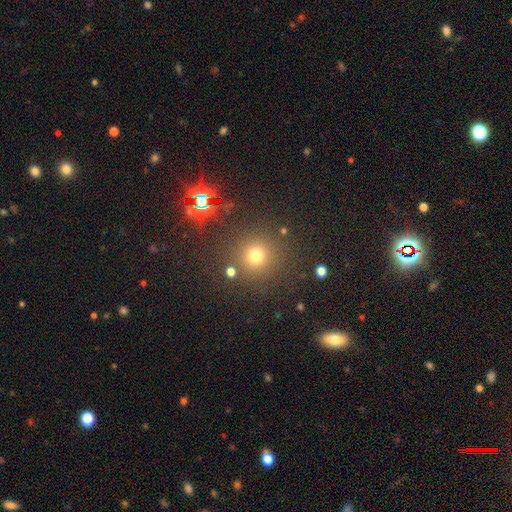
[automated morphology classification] A smooth galaxy with no disk features (70%) that is round (93%).

Vote fractions:
- Smooth or featured? smooth: 70% / star or artifact: 23% / featured or disk: 6%
- How rounded? round: 93% / in between: 6% / cigar-shaped: 1%
- Merging? none: 84% / minor disturbance: 7% / merger: 5% / major disturbance: 4%